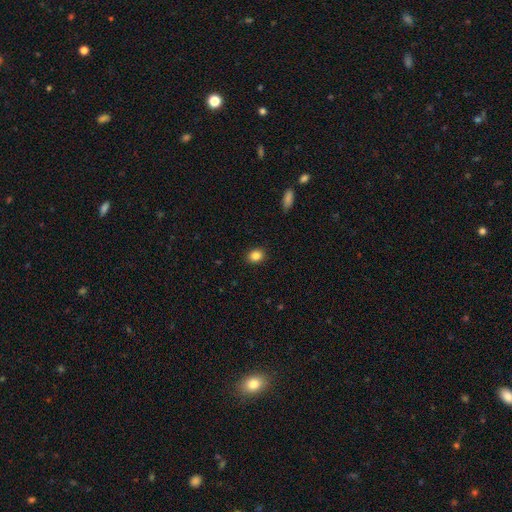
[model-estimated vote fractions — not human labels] Morphology: type=smooth (85%); roundness=in between (50%); merging=none (90%).